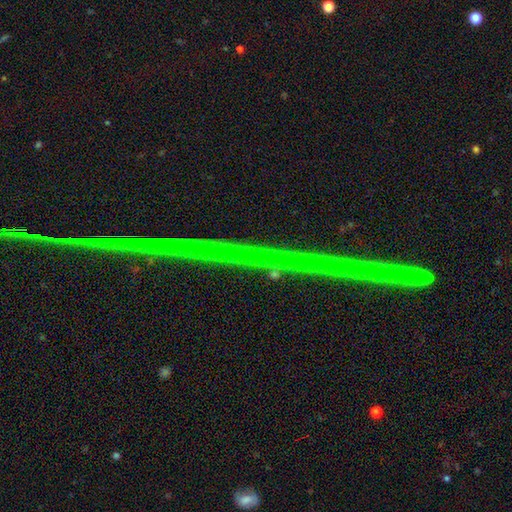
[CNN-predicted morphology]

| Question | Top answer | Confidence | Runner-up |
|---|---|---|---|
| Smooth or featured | star or artifact | 84% | featured or disk (12%) |